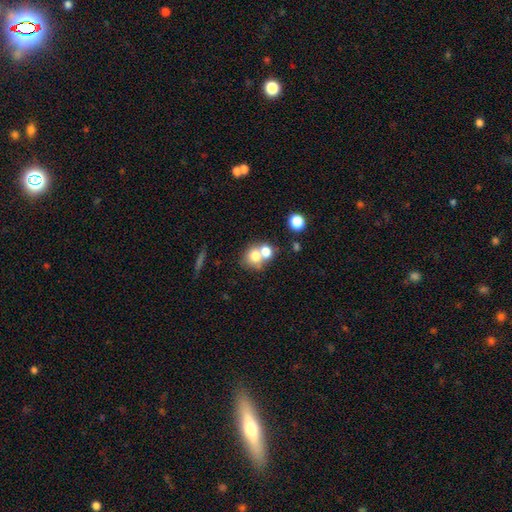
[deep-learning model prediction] Q: Smooth or featured?
A: smooth (72%); runner-up: featured or disk (16%)
Q: How rounded?
A: round (72%); runner-up: in between (27%)
Q: Merging?
A: merger (54%); runner-up: none (36%)